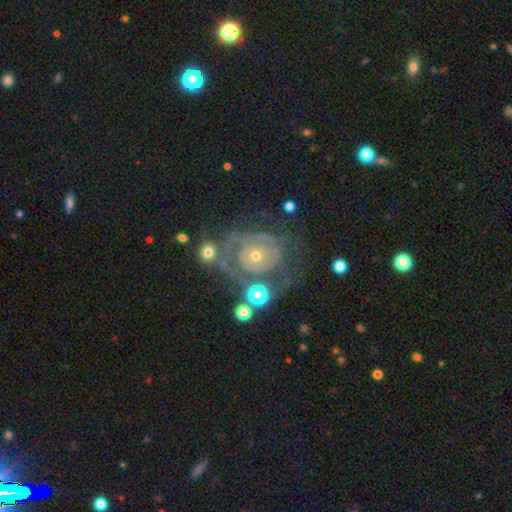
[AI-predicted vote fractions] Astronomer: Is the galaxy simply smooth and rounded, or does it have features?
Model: featured or disk — 76%.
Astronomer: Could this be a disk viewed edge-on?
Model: no — 97%.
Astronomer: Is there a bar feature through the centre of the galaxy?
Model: no — 85%.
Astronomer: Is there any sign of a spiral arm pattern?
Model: yes — 70%.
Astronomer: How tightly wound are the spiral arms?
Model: tight — 70%.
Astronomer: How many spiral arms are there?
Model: can't tell — 44% (runner-up: 2, 23%).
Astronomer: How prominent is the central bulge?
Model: small — 56% (runner-up: moderate, 39%).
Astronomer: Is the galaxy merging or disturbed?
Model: none — 48% (runner-up: major disturbance, 24%).